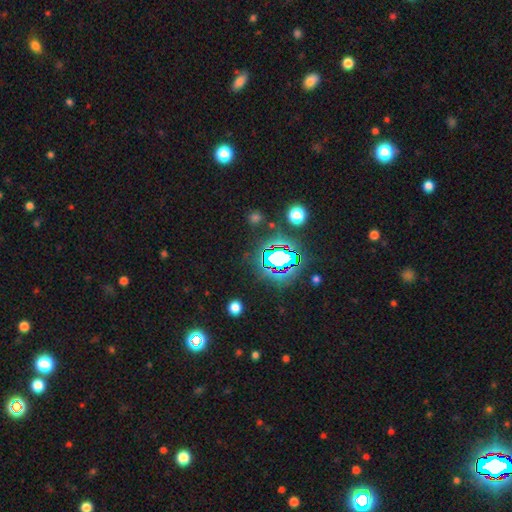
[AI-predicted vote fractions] Morphology: type=star or artifact (80%).